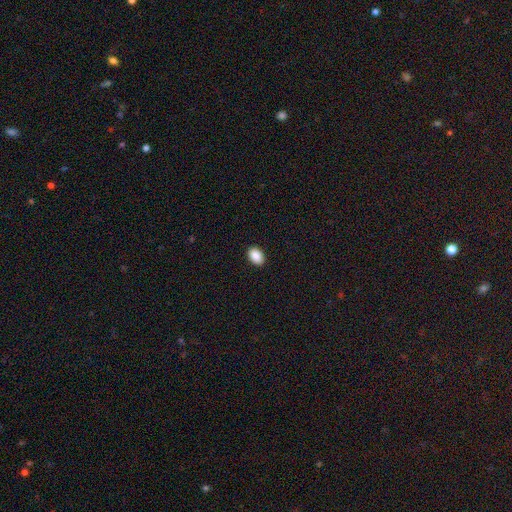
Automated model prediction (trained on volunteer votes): smooth 90%, star or artifact 7%, featured or disk 3%. Down the decision tree: how rounded — in between (85%); merging — none (91%).